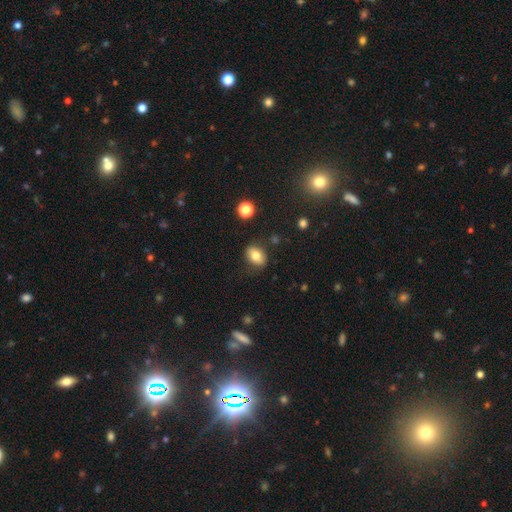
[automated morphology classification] smooth 78%, featured or disk 13%, star or artifact 10%. Down the decision tree: how rounded — in between (71%); merging — none (80%).